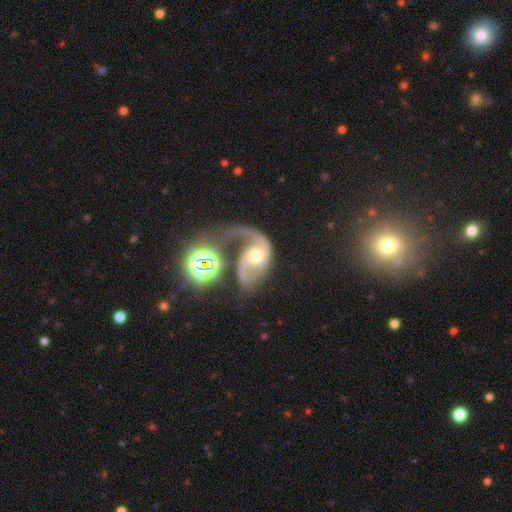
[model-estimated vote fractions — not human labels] A featured or disk galaxy (85%) with no bar (61%), 2 (65%) medium (43%) spiral arms (96%) and a moderate central bulge (65%). Merging: major disturbance (36%).